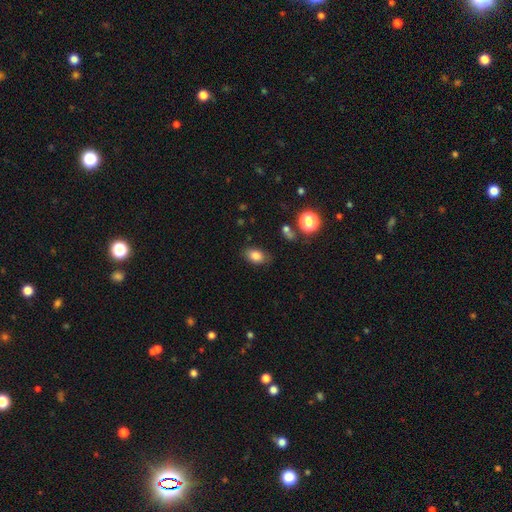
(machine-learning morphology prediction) Smooth or featured? Predicted: smooth (p=0.82). How rounded? Predicted: in between (p=0.85). Merging? Predicted: none (p=0.82).